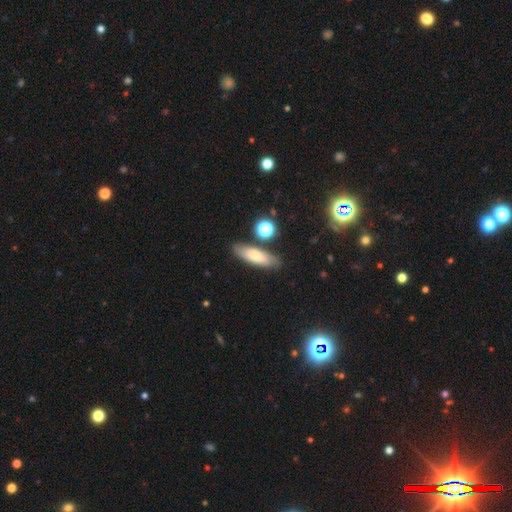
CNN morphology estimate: A smooth galaxy with no disk features (68%) that is in between round and cigar-shaped (53%). Merging: none (77%).